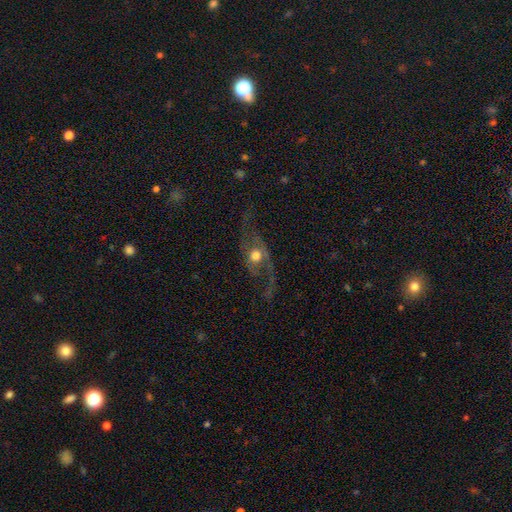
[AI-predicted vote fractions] The model was most divided on "merging": none: 59%, major disturbance: 21%, minor disturbance: 17%, merger: 3%. More confident: edge-on disk — no (84%); bar — no (77%); smooth or featured — featured or disk (76%); spiral arms — yes (76%); bulge size — moderate (71%).